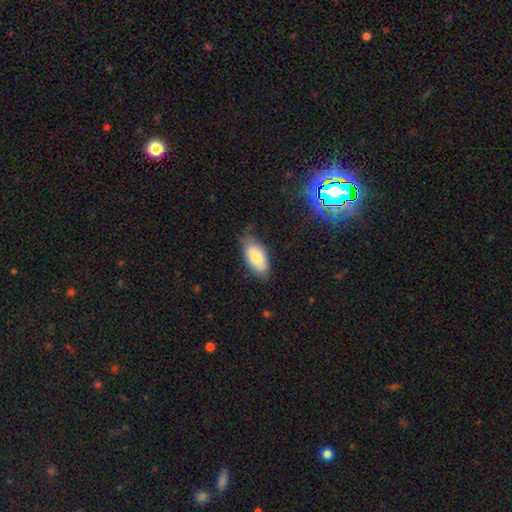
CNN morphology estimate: Smooth or featured? Predicted: smooth (p=0.70). How rounded? Predicted: in between (p=0.91). Merging? Predicted: none (p=0.69).